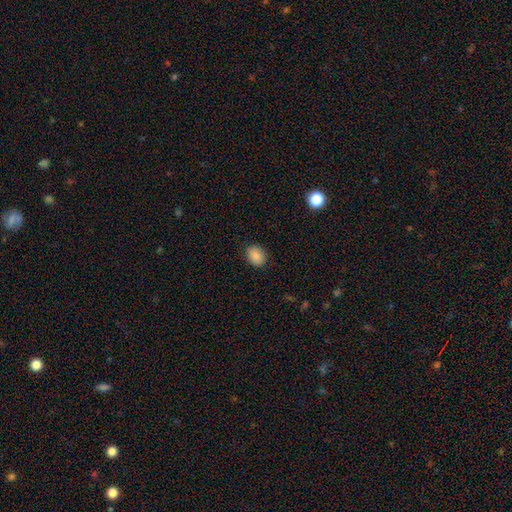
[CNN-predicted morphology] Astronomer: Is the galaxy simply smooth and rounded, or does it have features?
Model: smooth — 88%.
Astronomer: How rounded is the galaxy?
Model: round — 50% (runner-up: in between, 49%).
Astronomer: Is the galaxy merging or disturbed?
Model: none — 87%.